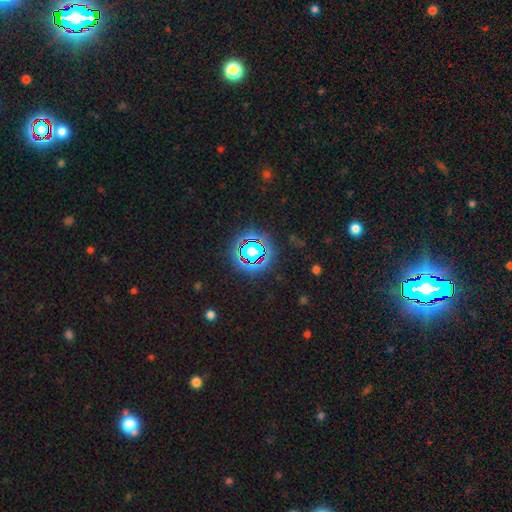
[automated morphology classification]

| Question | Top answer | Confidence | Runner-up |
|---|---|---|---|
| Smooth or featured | star or artifact | 75% | smooth (16%) |